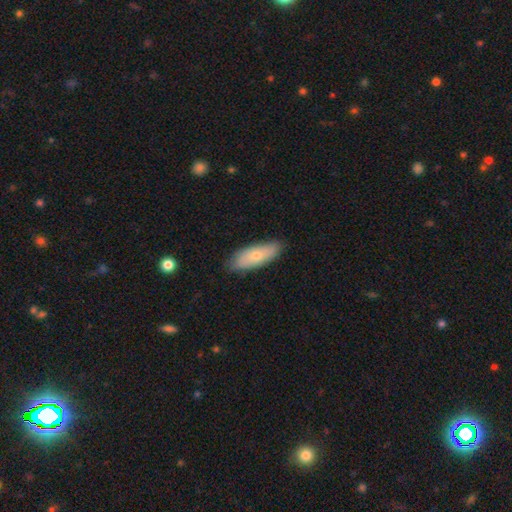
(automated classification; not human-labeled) This is likely a smooth galaxy (68%). How rounded: likely in between (70%). Merging: clearly none (83%).